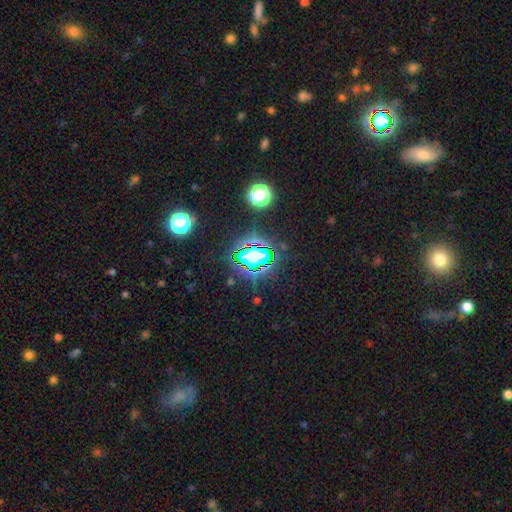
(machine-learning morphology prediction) Smooth or featured? star or artifact (70%)